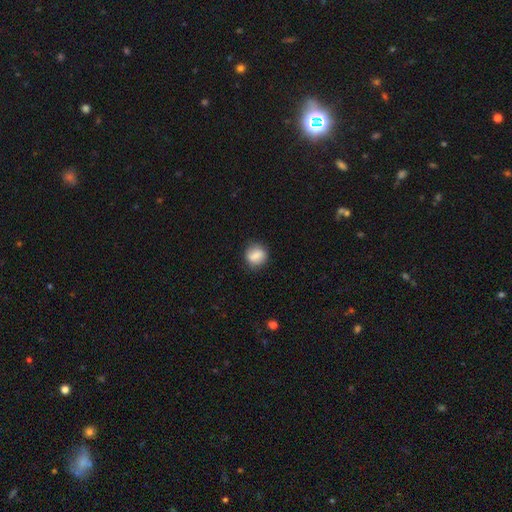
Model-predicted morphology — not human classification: A smooth galaxy with no disk features (80%) that is round (78%). Merging: none (80%).